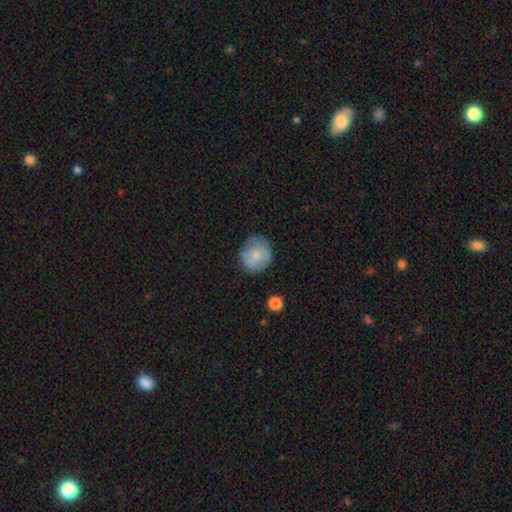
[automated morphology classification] This is likely a smooth galaxy (74%). How rounded: clearly round (82%). Merging: likely none (75%).